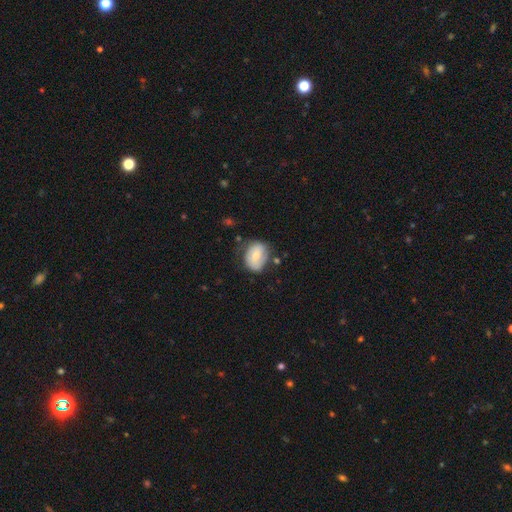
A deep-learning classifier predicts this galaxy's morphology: Smooth or featured?
  - smooth: 60% *
  - featured or disk: 33%
  - star or artifact: 7%
How rounded?
  - in between: 58% *
  - round: 41%
  - cigar-shaped: 1%
Merging?
  - none: 57% *
  - minor disturbance: 30%
  - major disturbance: 10%
  - merger: 4%